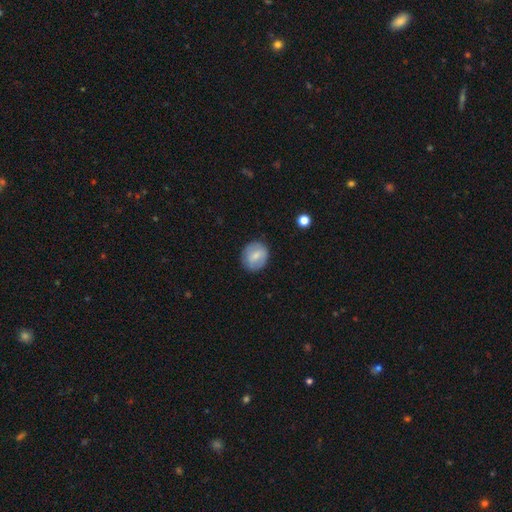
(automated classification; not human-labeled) smooth_or_featured: smooth (p=0.66) [alt: featured or disk p=0.27]
how_rounded: round (p=0.77) [alt: in between p=0.22]
merging: none (p=0.86) [alt: minor disturbance p=0.10]